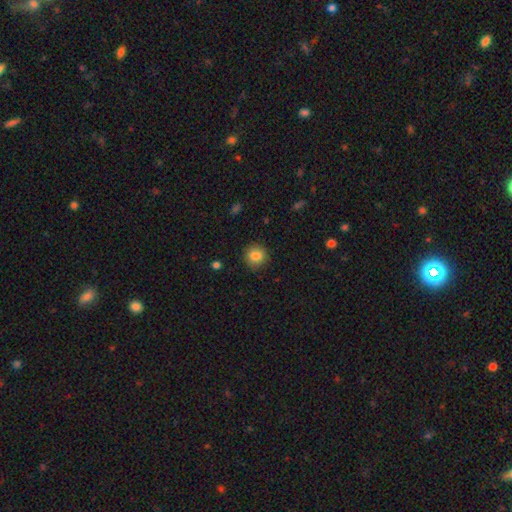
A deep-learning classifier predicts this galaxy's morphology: smooth_or_featured: smooth (p=0.83) [alt: star or artifact p=0.10]
how_rounded: round (p=0.88) [alt: in between p=0.11]
merging: none (p=0.89) [alt: minor disturbance p=0.08]